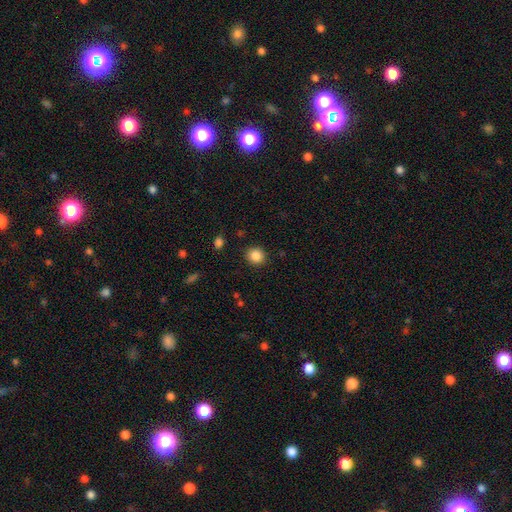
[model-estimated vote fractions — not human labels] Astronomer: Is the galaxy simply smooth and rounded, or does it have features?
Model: smooth — 86%.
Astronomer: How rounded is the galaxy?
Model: round — 87%.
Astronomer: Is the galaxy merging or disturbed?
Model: none — 90%.